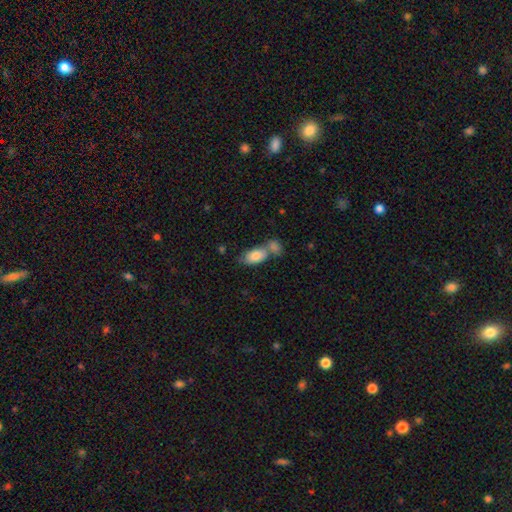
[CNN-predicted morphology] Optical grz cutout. It shows a smooth galaxy with no disk features (80%) that is in between round and cigar-shaped (91%). Merging: merger (47%).